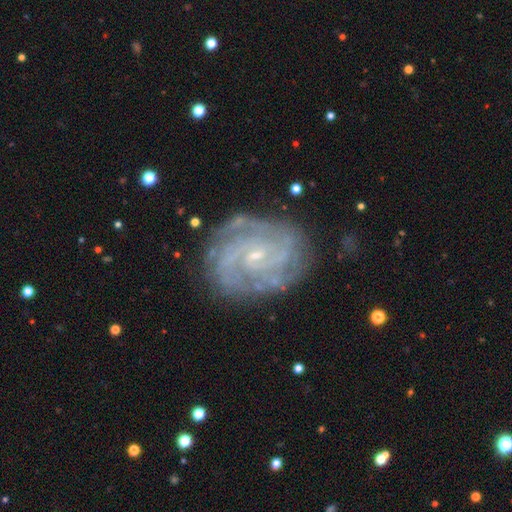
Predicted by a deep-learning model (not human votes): This is clearly a featured or disk galaxy (89%). It is clearly not viewed edge-on (97%). Bar: possibly no (59%). Spiral arm pattern: clearly yes (97%). Spiral arm count: marginally 2 (23%). Spiral winding: likely tight (66%). Central bulge: clearly small (84%). Merging: likely none (78%).